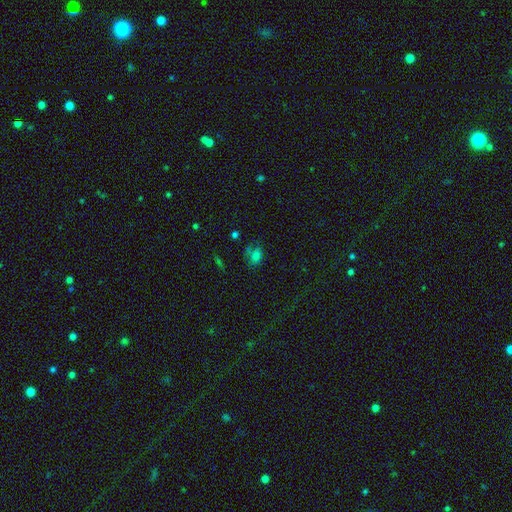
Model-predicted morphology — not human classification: Smooth or featured: smooth — 67% (star or artifact — 20%)
How rounded: in between — 64% (round — 34%)
Merging: none — 57% (minor disturbance — 25%)